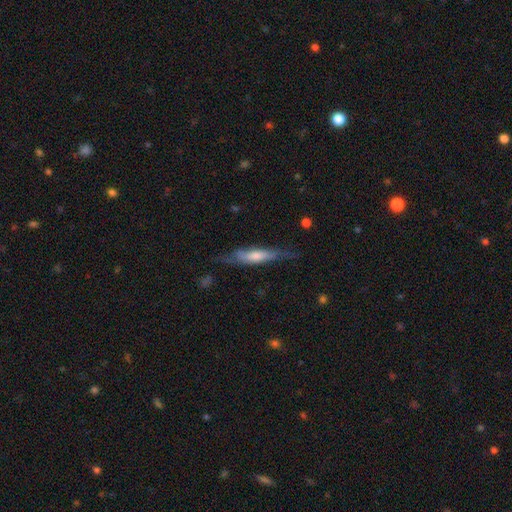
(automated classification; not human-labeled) A featured or disk galaxy (51%) viewed edge-on (73%). Merging: none (64%).